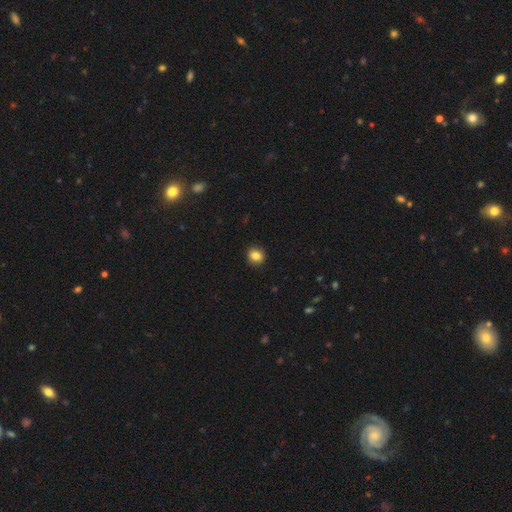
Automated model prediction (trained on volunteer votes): This appears to be a smooth galaxy with no disk features (84%) that is round (78%). Merging: none (90%).